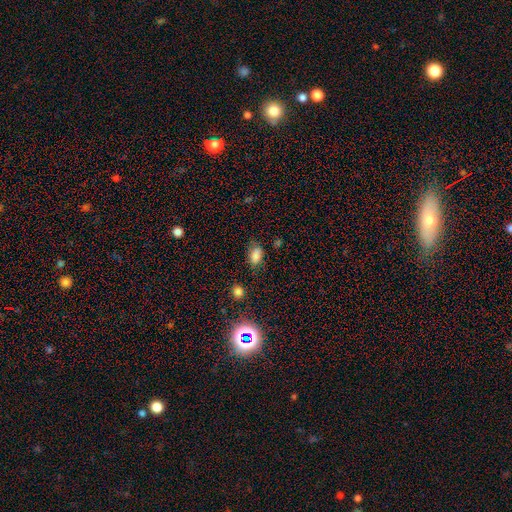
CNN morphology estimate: The model was most divided on "merging": none: 67%, minor disturbance: 24%, major disturbance: 6%, merger: 3%. More confident: how rounded — in between (84%); smooth or featured — smooth (79%).